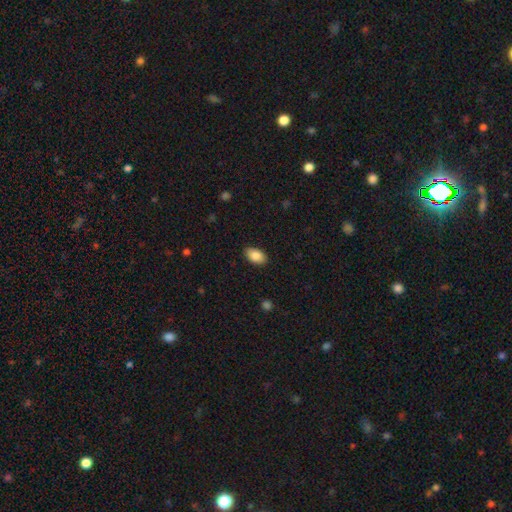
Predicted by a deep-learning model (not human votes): Morphology: type=smooth (87%); roundness=in between (93%); merging=none (88%).